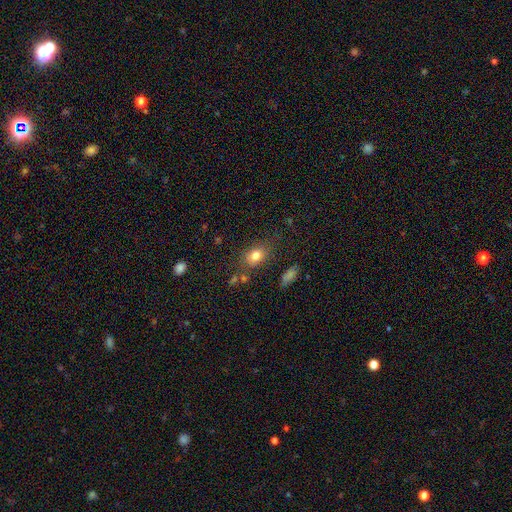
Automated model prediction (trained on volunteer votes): smooth 78%, star or artifact 12%, featured or disk 10%. Down the decision tree: how rounded — in between (68%); merging — none (74%).